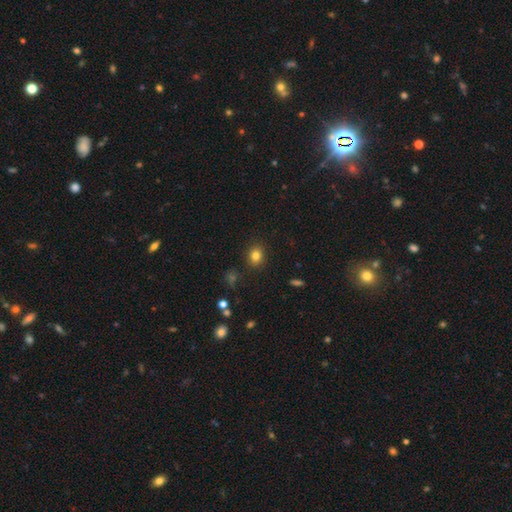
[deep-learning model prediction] The model was most divided on "how rounded": round: 61%, in between: 38%, cigar-shaped: 1%. More confident: merging — none (87%); smooth or featured — smooth (81%).